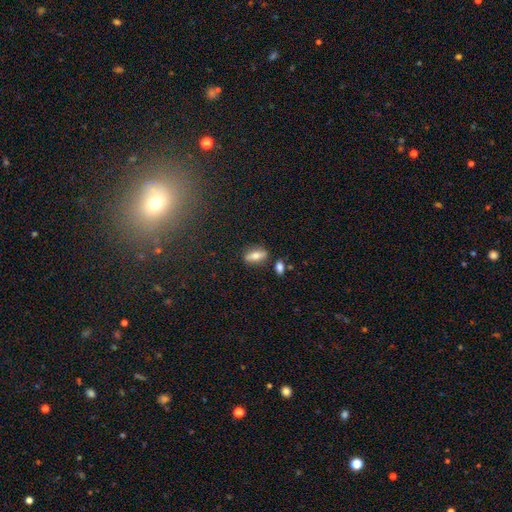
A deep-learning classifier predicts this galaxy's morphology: Q: Smooth or featured?
A: smooth (63%); runner-up: featured or disk (28%)
Q: How rounded?
A: in between (62%); runner-up: cigar-shaped (32%)
Q: Merging?
A: none (81%); runner-up: minor disturbance (11%)